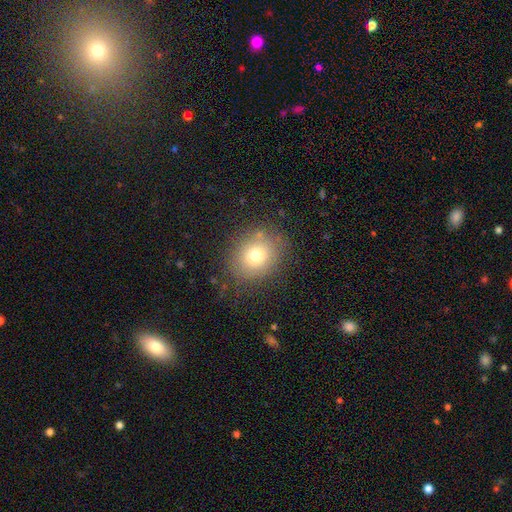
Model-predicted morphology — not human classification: The model was most divided on "how rounded": round: 72%, in between: 28%, cigar-shaped: 1%. More confident: merging — none (80%); smooth or featured — smooth (74%).